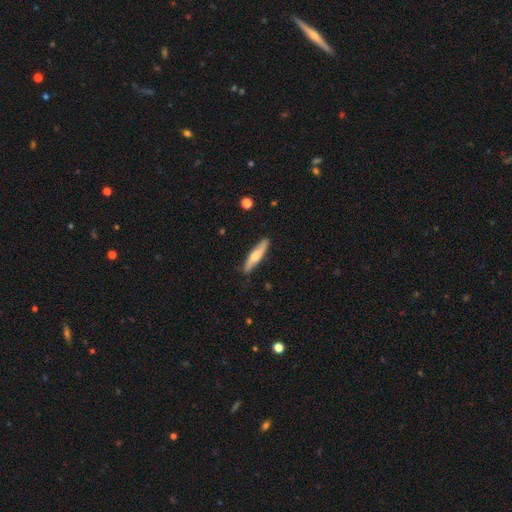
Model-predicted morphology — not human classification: smooth 56%, featured or disk 39%, star or artifact 5%. Down the decision tree: how rounded — cigar-shaped (83%); merging — none (86%).